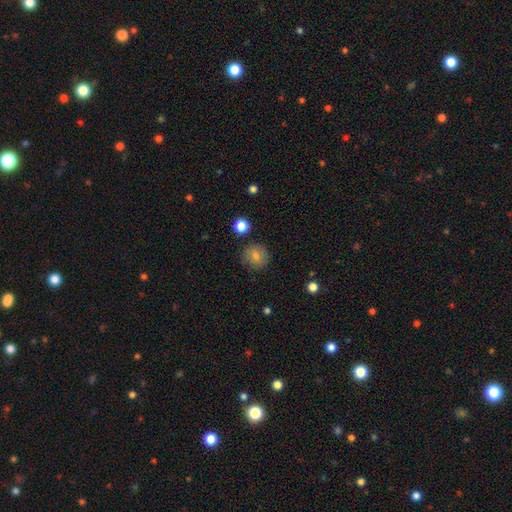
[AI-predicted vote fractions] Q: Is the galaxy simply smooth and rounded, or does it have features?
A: smooth — 71%.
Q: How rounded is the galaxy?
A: round — 91%.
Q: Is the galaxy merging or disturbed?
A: none — 86%.